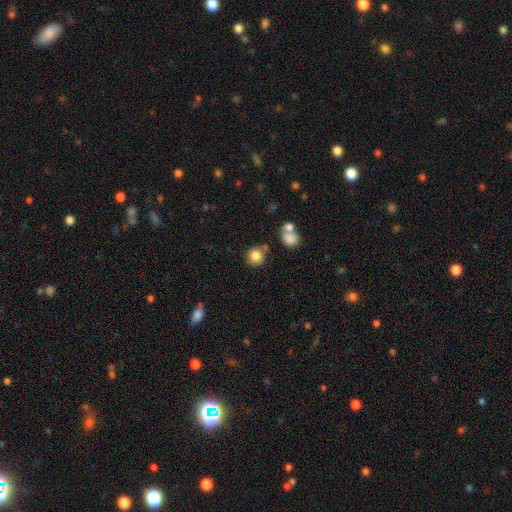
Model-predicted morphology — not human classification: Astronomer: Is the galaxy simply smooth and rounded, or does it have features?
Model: smooth — 82%.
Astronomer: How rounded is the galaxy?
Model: round — 89%.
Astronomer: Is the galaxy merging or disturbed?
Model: none — 75%.